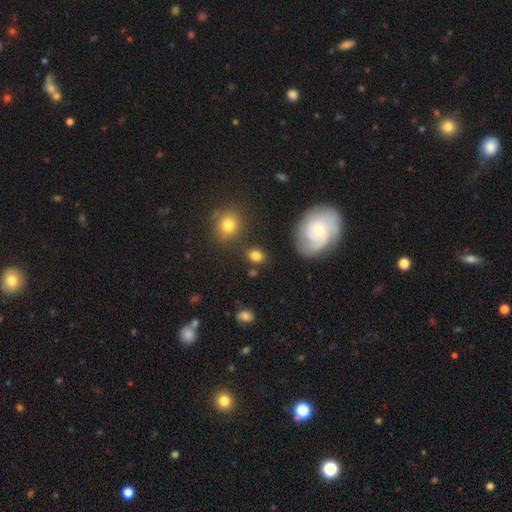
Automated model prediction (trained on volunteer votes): This appears to be a smooth galaxy with no disk features (77%) that is in between round and cigar-shaped (51%). Merging: none (76%).